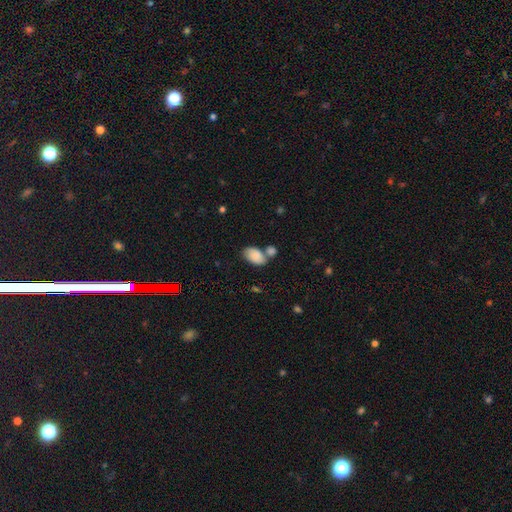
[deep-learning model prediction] Smooth or featured? Predicted: smooth (p=0.84). How rounded? Predicted: in between (p=0.93). Merging? Predicted: none (p=0.44).